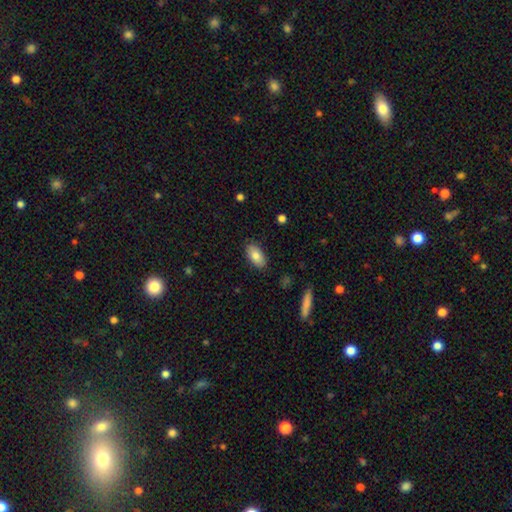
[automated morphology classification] Smooth or featured? Predicted: smooth (p=0.82). How rounded? Predicted: in between (p=0.93). Merging? Predicted: none (p=0.86).